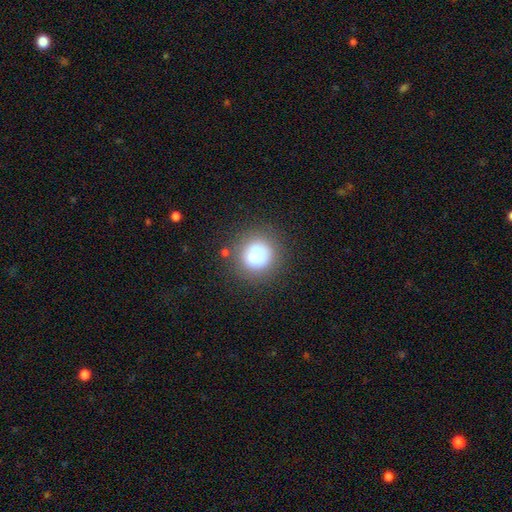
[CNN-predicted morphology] Smooth or featured? Predicted: smooth (p=0.65). How rounded? Predicted: round (p=0.90). Merging? Predicted: none (p=0.65).